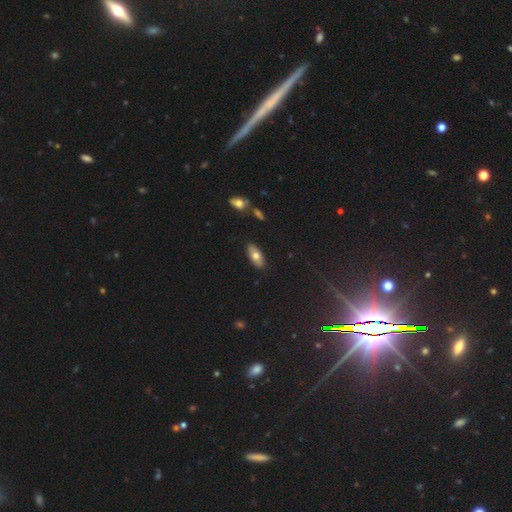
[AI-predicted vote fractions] A smooth galaxy with no disk features (69%) that is in between round and cigar-shaped (86%). Merging: none (87%).